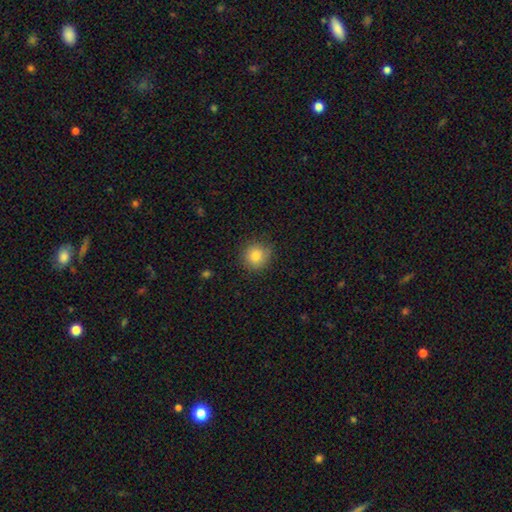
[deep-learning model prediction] A smooth galaxy with no disk features (82%) that is round (90%). Merging: none (83%).